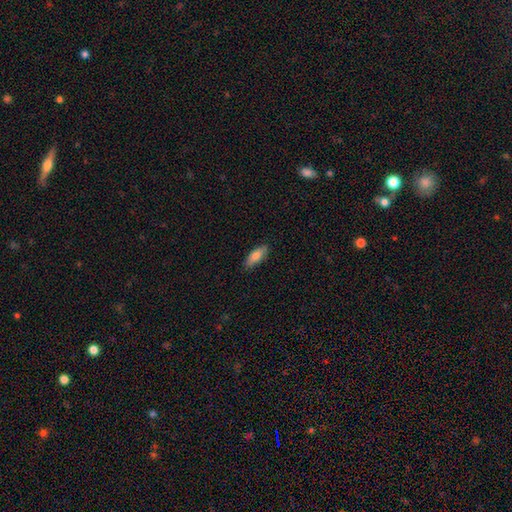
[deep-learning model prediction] A smooth galaxy with no disk features (81%) that is in between round and cigar-shaped (69%).

Vote fractions:
- Smooth or featured? smooth: 81% / featured or disk: 13% / star or artifact: 6%
- How rounded? in between: 69% / cigar-shaped: 30% / round: 2%
- Merging? none: 85% / minor disturbance: 12% / major disturbance: 2% / merger: 1%